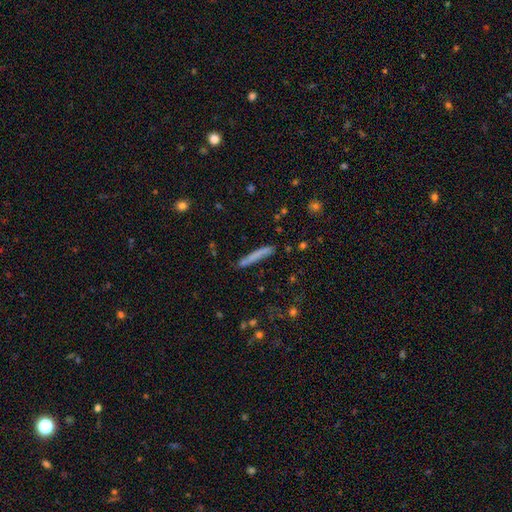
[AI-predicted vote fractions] A smooth galaxy with no disk features (70%) that is cigar-shaped (95%). Merging: none (81%).